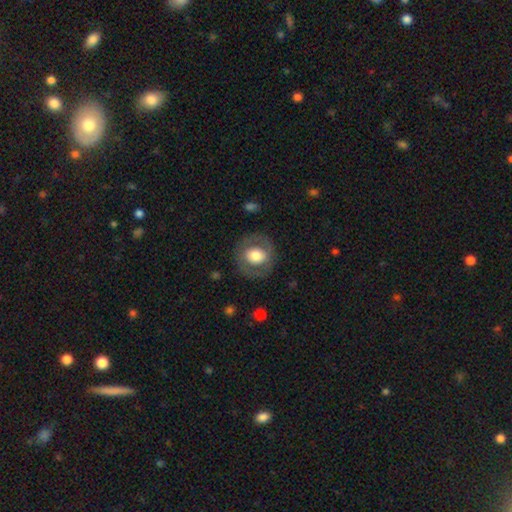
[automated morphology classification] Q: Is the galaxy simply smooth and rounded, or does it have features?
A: smooth — 56%.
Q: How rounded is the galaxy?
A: round — 83%.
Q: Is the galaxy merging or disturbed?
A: none — 82%.